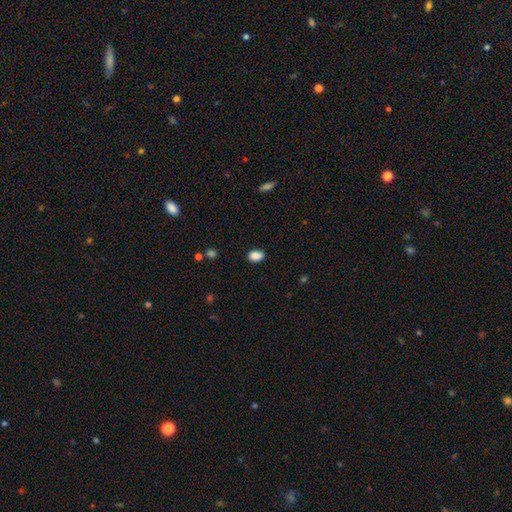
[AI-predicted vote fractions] The model was most divided on "how rounded": in between: 81%, round: 17%, cigar-shaped: 1%. More confident: smooth or featured — smooth (87%); merging — none (81%).